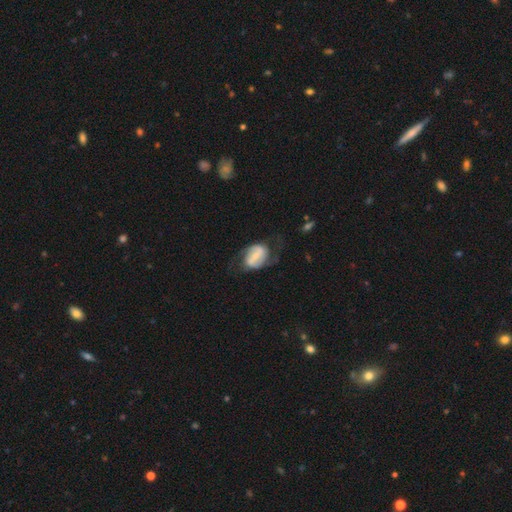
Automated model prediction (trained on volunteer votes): A featured or disk galaxy (72%) with a strong bar (42%), 2 (85%) medium (43%) spiral arms (84%) and a small central bulge (54%). Merging: none (54%).